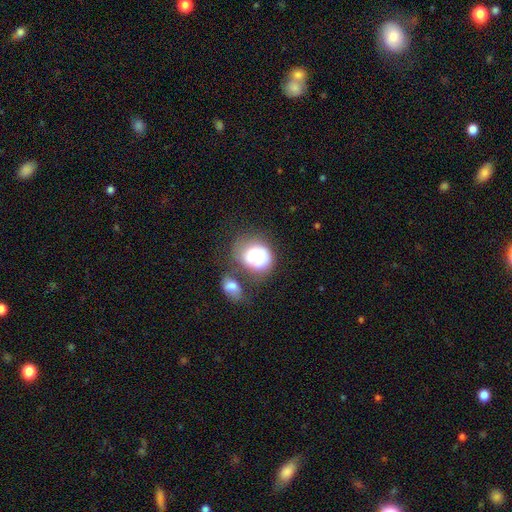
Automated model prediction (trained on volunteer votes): Morphology: type=smooth (67%); roundness=round (61%); merging=merger (34%).